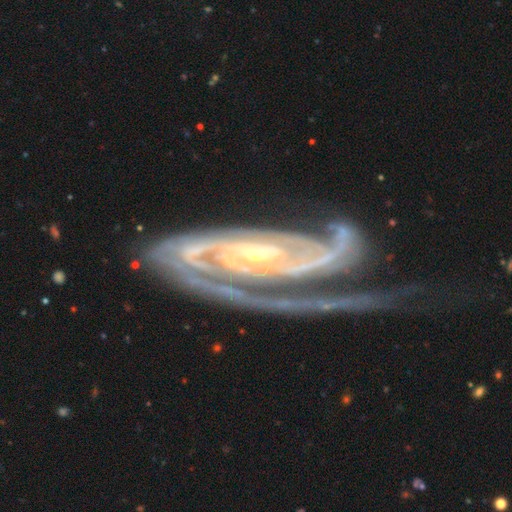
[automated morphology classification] Smooth or featured? featured or disk (92%)
Edge-on disk? no (95%)
Bar? no (44%)
Spiral arms? yes (98%)
Spiral winding? tight (64%)
Spiral arm count? 2 (60%)
Bulge size? small (78%)
Merging? none (43%)